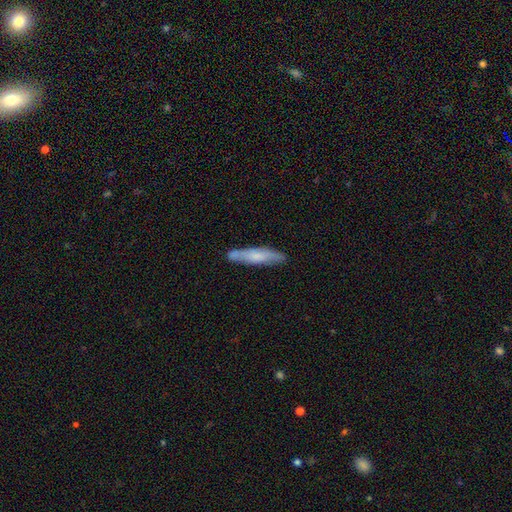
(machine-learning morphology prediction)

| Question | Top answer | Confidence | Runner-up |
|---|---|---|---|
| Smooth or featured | smooth | 59% | featured or disk (35%) |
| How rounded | cigar-shaped | 87% | in between (12%) |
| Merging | none | 80% | minor disturbance (15%) |